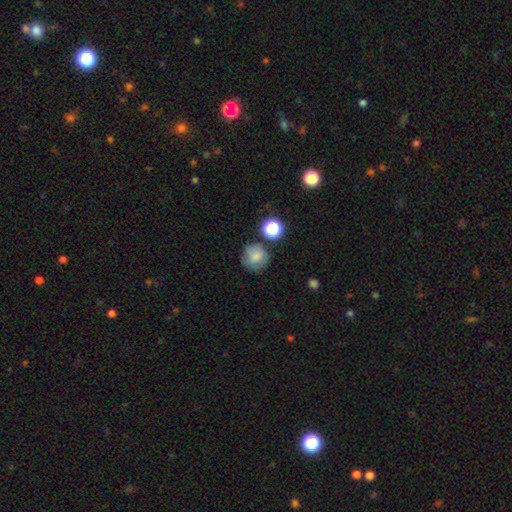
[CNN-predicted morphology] smooth 72%, featured or disk 16%, star or artifact 12%. Down the decision tree: how rounded — round (90%); merging — none (66%).